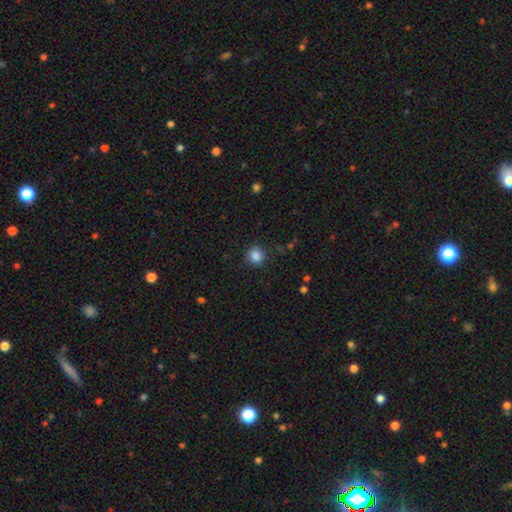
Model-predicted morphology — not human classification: Smooth or featured? smooth (86%)
How rounded? round (86%)
Merging? none (87%)